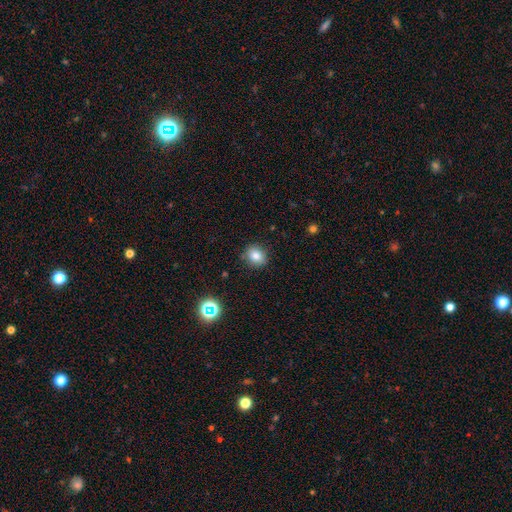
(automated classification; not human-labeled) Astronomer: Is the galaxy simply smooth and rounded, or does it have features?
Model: smooth — 81%.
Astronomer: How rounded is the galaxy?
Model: round — 70%.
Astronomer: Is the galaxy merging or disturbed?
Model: none — 87%.